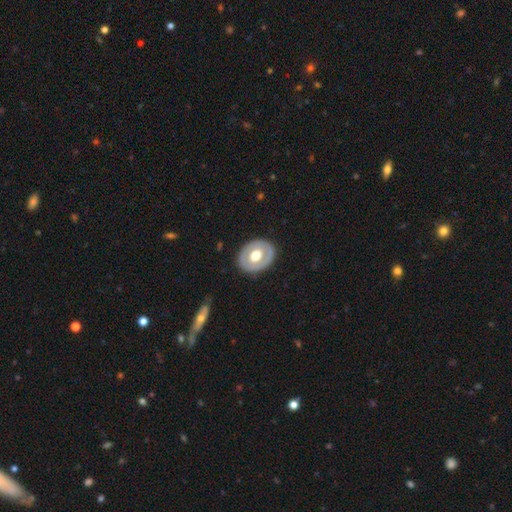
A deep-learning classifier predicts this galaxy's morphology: type=featured or disk (49%); merging=none (85%).